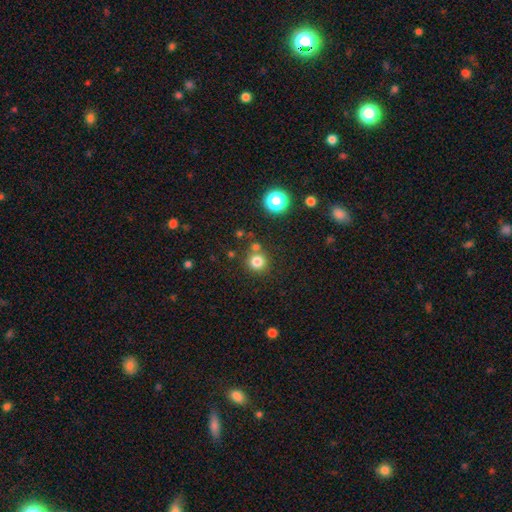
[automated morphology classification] Smooth or featured: smooth — 71% (star or artifact — 23%)
How rounded: round — 93% (in between — 6%)
Merging: none — 77% (merger — 13%)